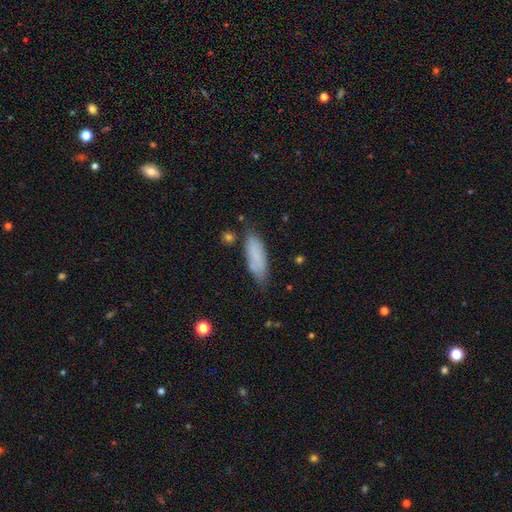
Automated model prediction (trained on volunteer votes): Q: Smooth or featured?
A: smooth (80%); runner-up: featured or disk (12%)
Q: How rounded?
A: in between (54%); runner-up: cigar-shaped (44%)
Q: Merging?
A: none (71%); runner-up: minor disturbance (21%)